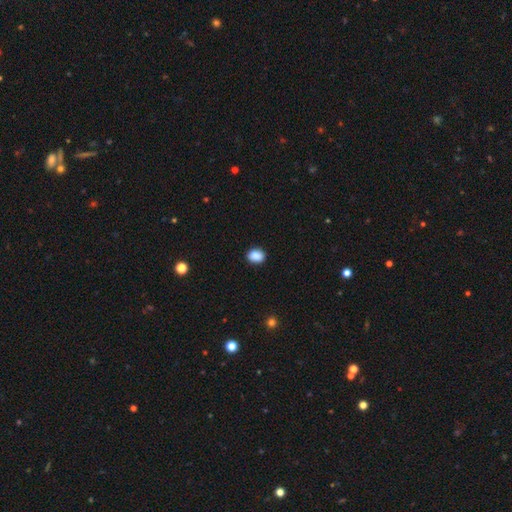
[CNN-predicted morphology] smooth-or-featured: smooth: 88% | star or artifact: 9% | featured or disk: 3%
  how-rounded: in between: 56% | round: 43% | cigar-shaped: 1%
  merging: none: 88% | minor disturbance: 9% | major disturbance: 2% | merger: 1%